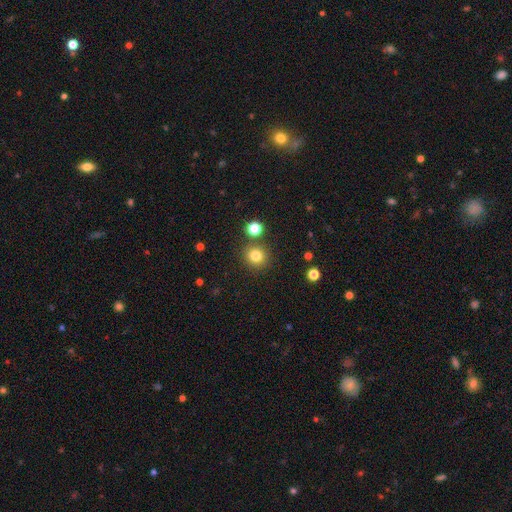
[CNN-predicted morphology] Q: Smooth or featured?
A: smooth (80%); runner-up: star or artifact (14%)
Q: How rounded?
A: round (90%); runner-up: in between (9%)
Q: Merging?
A: none (84%); runner-up: minor disturbance (7%)